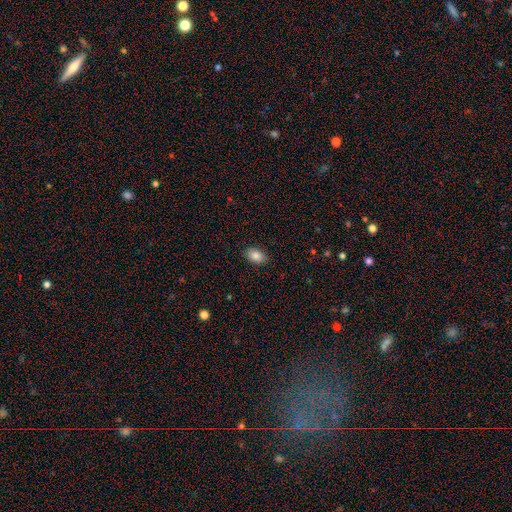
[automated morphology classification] type=smooth (86%); roundness=in between (88%); merging=none (88%).